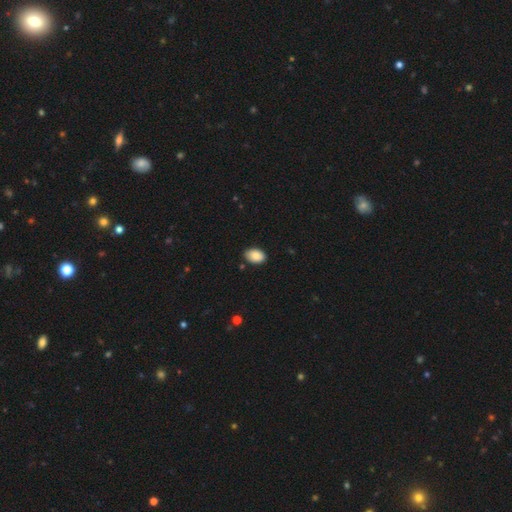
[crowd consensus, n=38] Smooth or featured?
  - smooth: 95% *
  - featured or disk: 5%
  - star or artifact: 0%
How rounded?
  - in between: 78% *
  - round: 22%
  - cigar-shaped: 0%
Merging?
  - none: 95% *
  - minor disturbance: 3%
  - merger: 3%
  - major disturbance: 0%